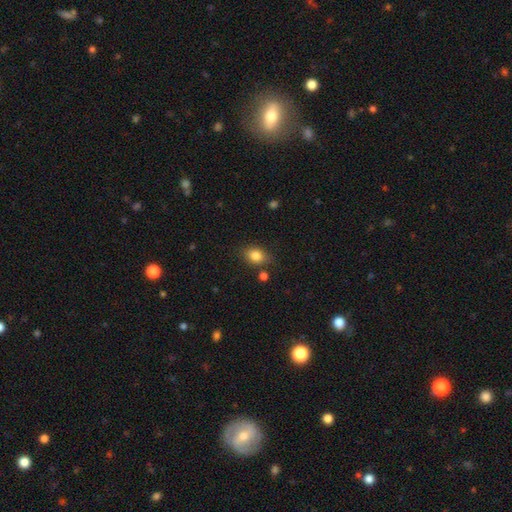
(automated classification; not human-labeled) smooth-or-featured: smooth: 83% | star or artifact: 10% | featured or disk: 7%
  how-rounded: in between: 69% | round: 29% | cigar-shaped: 2%
  merging: none: 78% | minor disturbance: 14% | merger: 4% | major disturbance: 4%